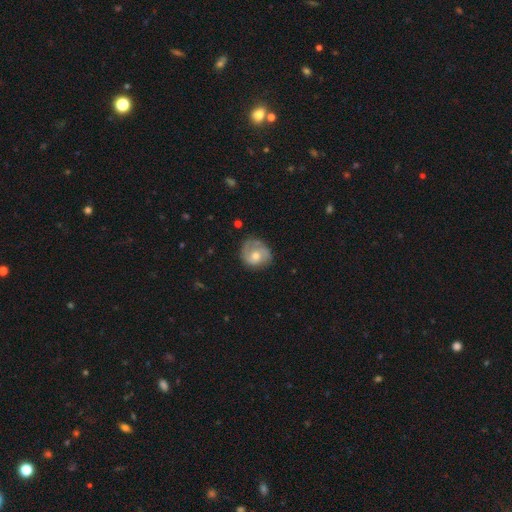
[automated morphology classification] Smooth or featured?
  - featured or disk: 63% *
  - smooth: 31%
  - star or artifact: 6%
Edge-on disk?
  - no: 97% *
  - yes: 3%
Bar?
  - no: 70% *
  - weak: 26%
  - strong: 4%
Spiral arms?
  - yes: 85% *
  - no: 15%
Spiral winding?
  - tight: 44% *
  - medium: 40%
  - loose: 16%
Spiral arm count?
  - 2: 56% *
  - can't tell: 20%
  - 3: 10%
  - 1: 10%
  - 4: 2%
  - more than 4: 2%
Bulge size?
  - moderate: 65% *
  - small: 25%
  - large: 7%
  - none: 2%
  - dominant: 1%
Merging?
  - none: 68% *
  - minor disturbance: 22%
  - major disturbance: 9%
  - merger: 2%